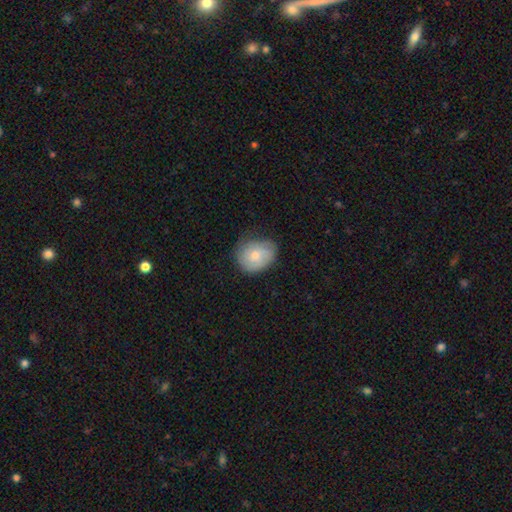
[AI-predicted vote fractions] Smooth or featured: smooth — 68% (featured or disk — 25%)
How rounded: round — 59% (in between — 40%)
Merging: none — 64% (minor disturbance — 28%)